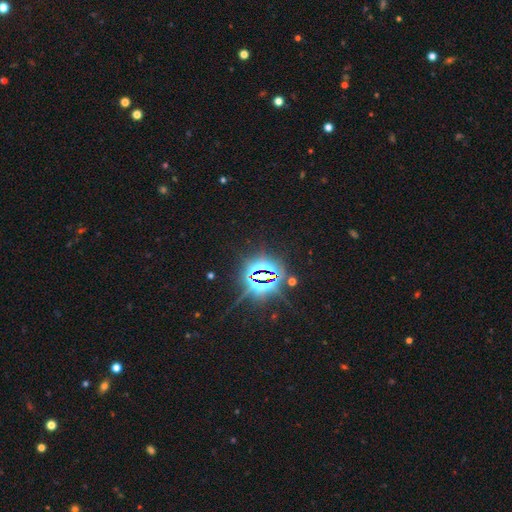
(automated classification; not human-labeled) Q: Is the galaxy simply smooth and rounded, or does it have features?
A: star or artifact — 86%.